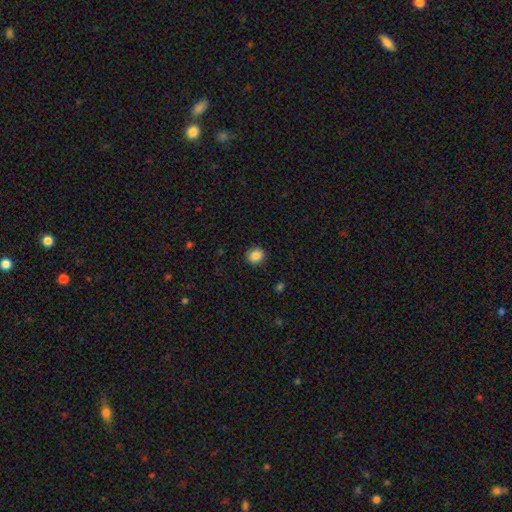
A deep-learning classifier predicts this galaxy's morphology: Smooth or featured? Predicted: smooth (p=0.87). How rounded? Predicted: round (p=0.69). Merging? Predicted: none (p=0.89).